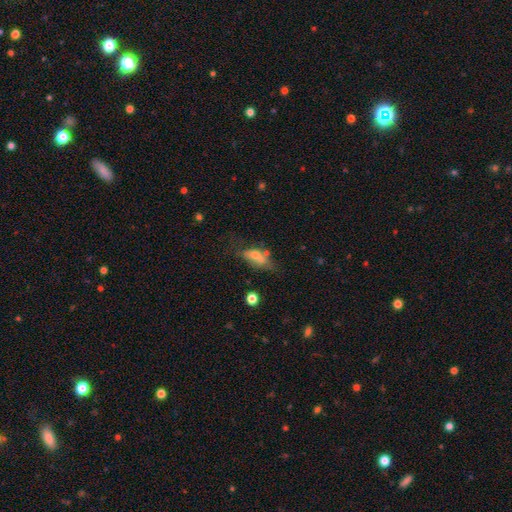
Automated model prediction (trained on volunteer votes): smooth_or_featured: smooth (p=0.48) [alt: featured or disk p=0.38]
merging: none (p=0.43) [alt: minor disturbance p=0.23]